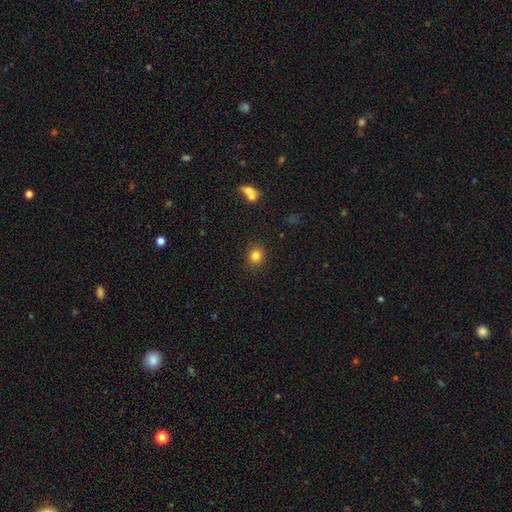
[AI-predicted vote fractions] This is clearly a smooth galaxy (82%). How rounded: likely round (74%). Merging: clearly none (88%).